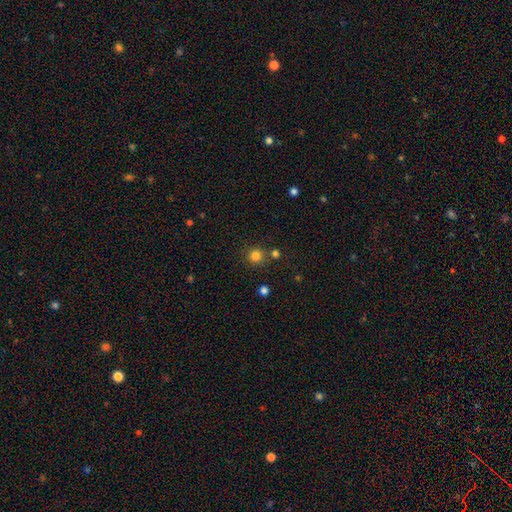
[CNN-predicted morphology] This is clearly a smooth galaxy (82%). How rounded: clearly round (93%). Merging: likely none (80%).